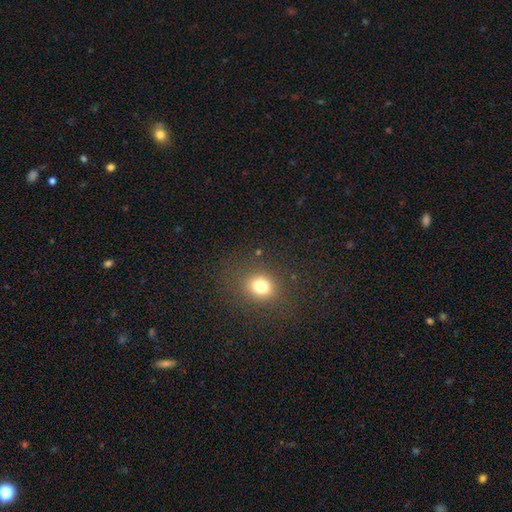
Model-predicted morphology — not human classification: Q: Smooth or featured?
A: smooth (66%); runner-up: star or artifact (26%)
Q: How rounded?
A: round (73%); runner-up: in between (26%)
Q: Merging?
A: none (89%); runner-up: minor disturbance (7%)